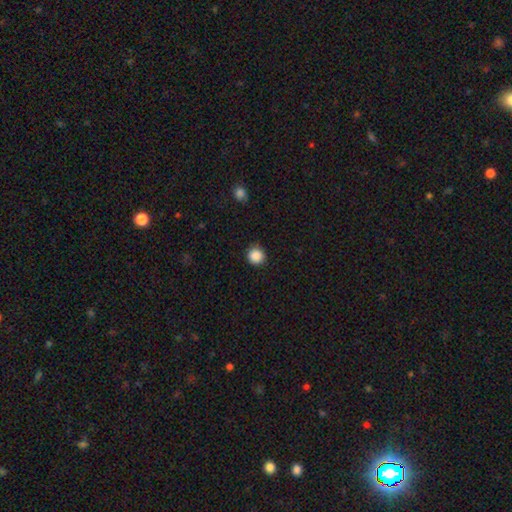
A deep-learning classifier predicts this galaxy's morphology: Smooth or featured? smooth (88%)
How rounded? round (93%)
Merging? none (88%)